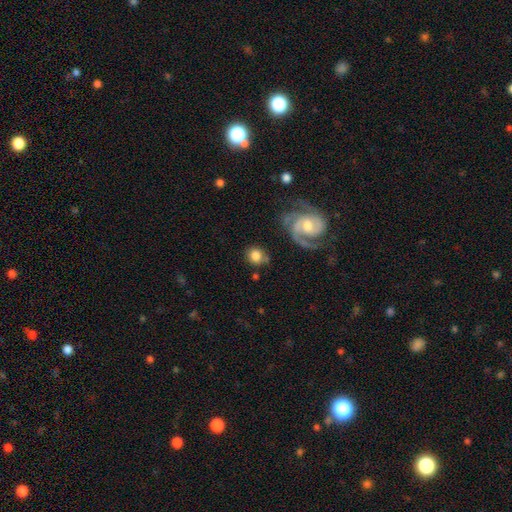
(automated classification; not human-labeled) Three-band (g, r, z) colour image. It shows a smooth galaxy with no disk features (69%) that is round (79%). Merging: none (72%).